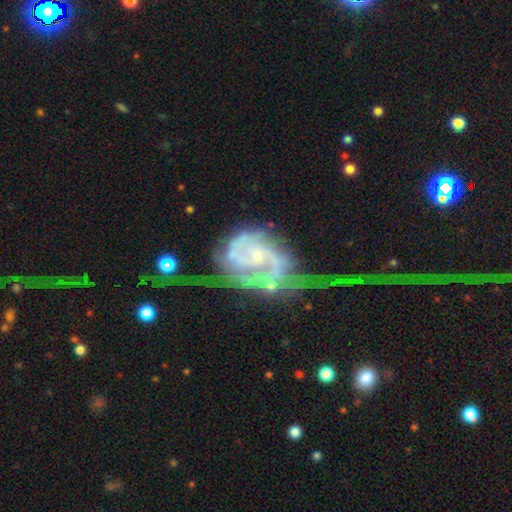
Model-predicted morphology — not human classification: smooth_or_featured: featured or disk (p=0.88) [alt: smooth p=0.06]
disk_edge_on: no (p=0.98) [alt: yes p=0.02]
bar: no (p=0.57) [alt: weak p=0.33]
has_spiral_arms: yes (p=0.95) [alt: no p=0.05]
spiral_winding: medium (p=0.43) [alt: tight p=0.38]
spiral_arm_count: 2 (p=0.67) [alt: can't tell p=0.13]
bulge_size: small (p=0.73) [alt: moderate p=0.19]
merging: major disturbance (p=0.43) [alt: none p=0.25]